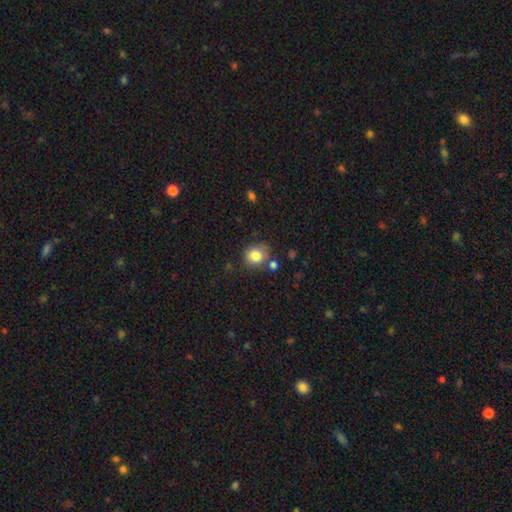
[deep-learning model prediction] Morphology: type=smooth (81%); roundness=round (76%); merging=none (70%).